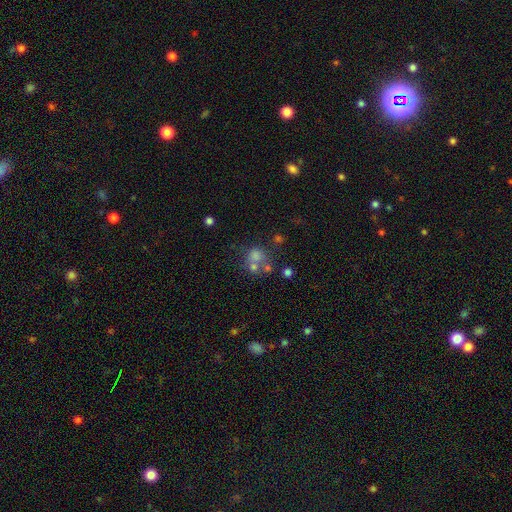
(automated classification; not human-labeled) The model was most divided on "merging": none: 45%, merger: 39%, minor disturbance: 9%, major disturbance: 7%. More confident: how rounded — round (80%); smooth or featured — smooth (60%).